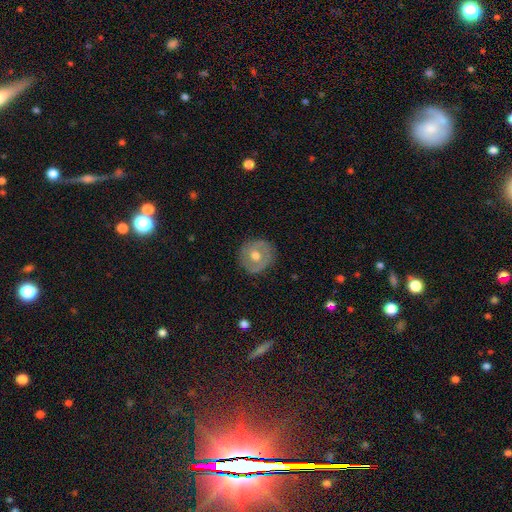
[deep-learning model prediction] featured or disk 50%, smooth 42%, star or artifact 7%. Down the decision tree: edge-on disk — no (95%); merging — none (85%).